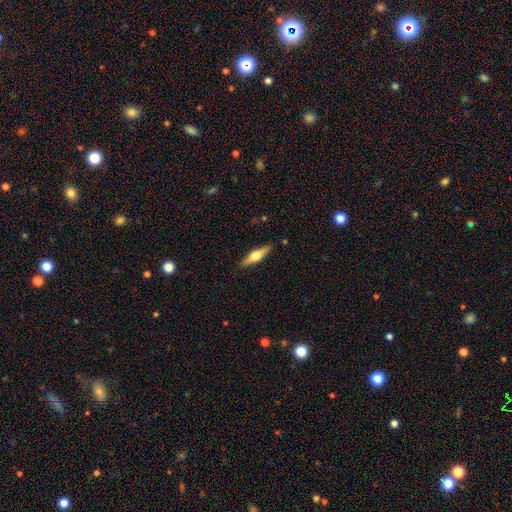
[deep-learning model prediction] Overall: featured or disk (60%; smooth 35%). Edge-on disk: yes (96%). Edge-on bulge: rounded (94%). Merging: none (89%).